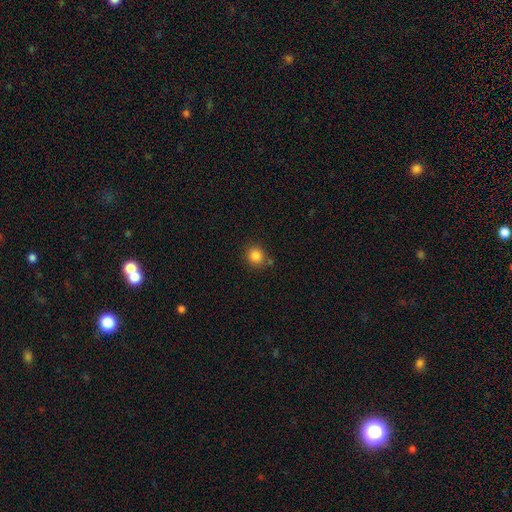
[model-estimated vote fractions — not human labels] Morphology: type=smooth (85%); roundness=round (88%); merging=none (79%).